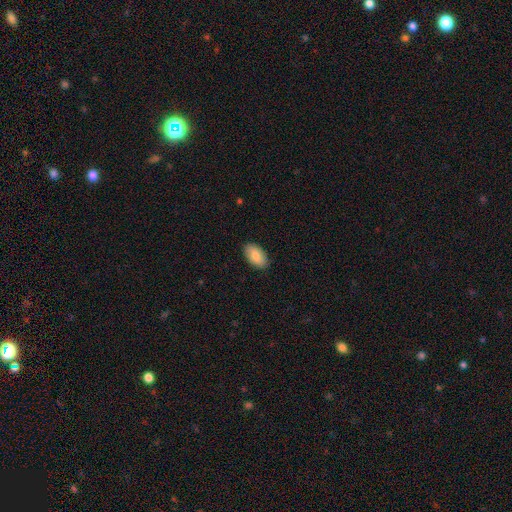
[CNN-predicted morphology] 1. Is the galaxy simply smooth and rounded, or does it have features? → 84% smooth, 10% featured or disk, 6% star or artifact.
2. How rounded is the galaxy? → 95% in between, 3% round, 2% cigar-shaped.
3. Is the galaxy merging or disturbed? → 88% none, 9% minor disturbance, 2% major disturbance, 1% merger.